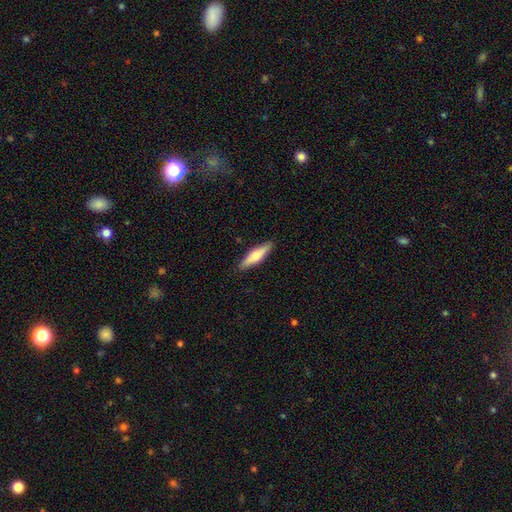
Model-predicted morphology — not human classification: type=smooth (61%); roundness=cigar-shaped (72%); merging=none (89%).